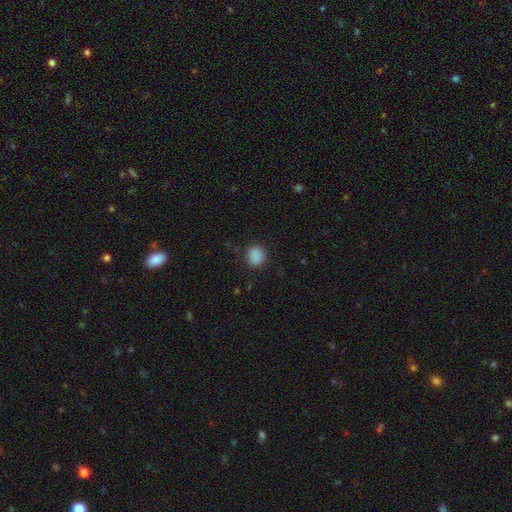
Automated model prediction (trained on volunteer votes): Smooth or featured?
  - smooth: 88% *
  - star or artifact: 9%
  - featured or disk: 3%
How rounded?
  - round: 70% *
  - in between: 29%
  - cigar-shaped: 1%
Merging?
  - none: 86% *
  - minor disturbance: 10%
  - major disturbance: 3%
  - merger: 1%